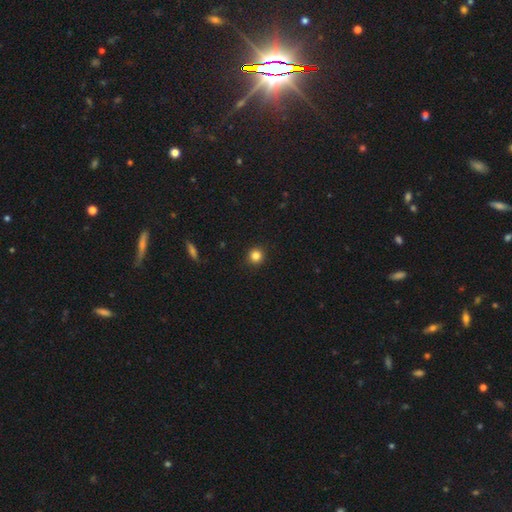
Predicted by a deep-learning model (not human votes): A smooth galaxy with no disk features (84%) that is round (94%). Merging: none (92%).